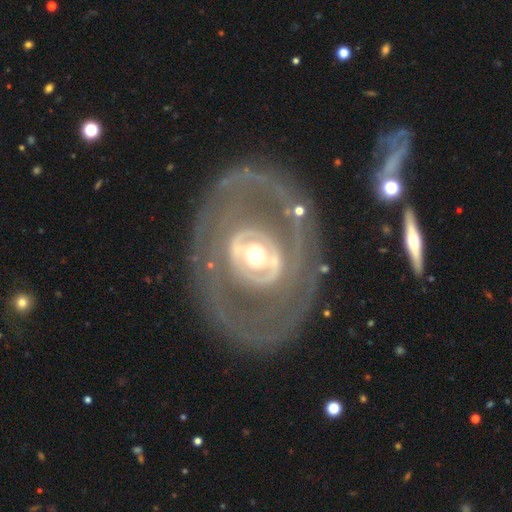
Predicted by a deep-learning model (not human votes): Smooth or featured? Predicted: featured or disk (p=0.82). Edge-on disk? Predicted: no (p=0.94). Bar? Predicted: no (p=0.48). Spiral arms? Predicted: yes (p=0.57). Bulge size? Predicted: moderate (p=0.64). Merging? Predicted: none (p=0.73).